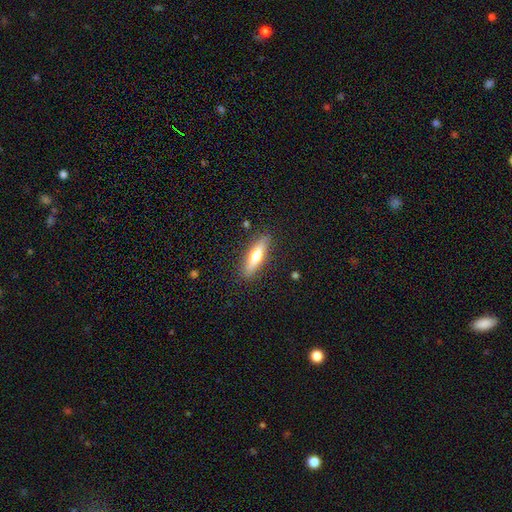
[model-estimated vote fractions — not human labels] This appears to be a smooth galaxy with no disk features (55%) that is cigar-shaped (68%). Merging: none (88%).